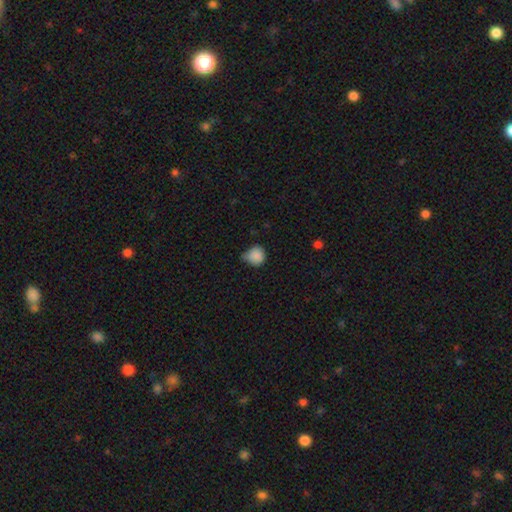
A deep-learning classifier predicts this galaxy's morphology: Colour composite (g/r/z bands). It shows a smooth galaxy with no disk features (85%) that is round (85%). Merging: none (51%).